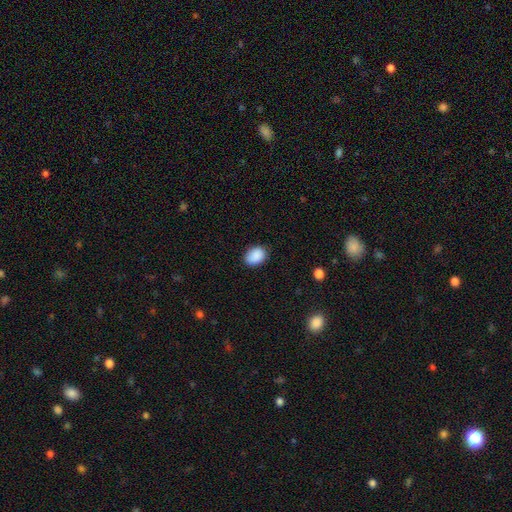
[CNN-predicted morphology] A smooth galaxy with no disk features (89%) that is in between round and cigar-shaped (74%). Merging: none (83%).